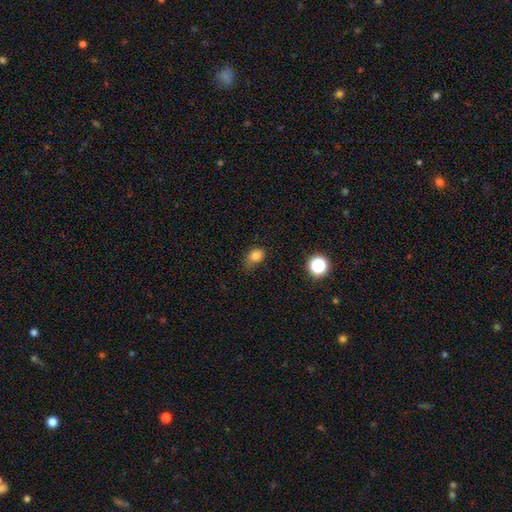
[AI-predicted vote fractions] Morphology: type=smooth (80%); roundness=in between (55%); merging=none (50%).